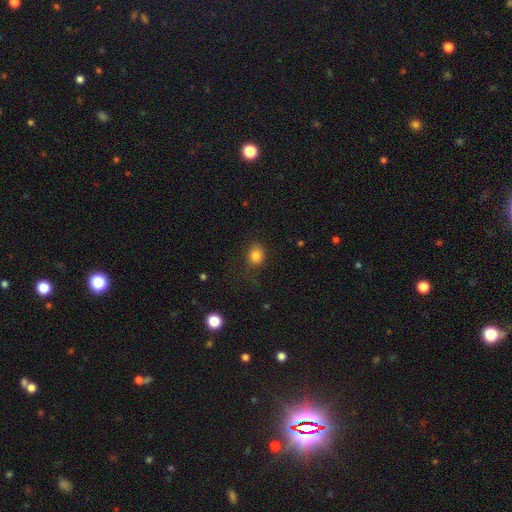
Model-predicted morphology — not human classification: smooth-or-featured: smooth: 82% | star or artifact: 12% | featured or disk: 6%
  how-rounded: round: 55% | in between: 44% | cigar-shaped: 1%
  merging: none: 75% | minor disturbance: 17% | major disturbance: 6% | merger: 1%